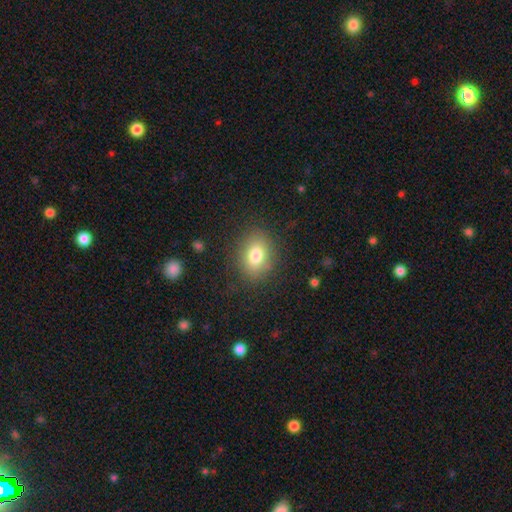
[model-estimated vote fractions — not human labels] A smooth galaxy with no disk features (79%) that is in between round and cigar-shaped (61%). Merging: none (82%).